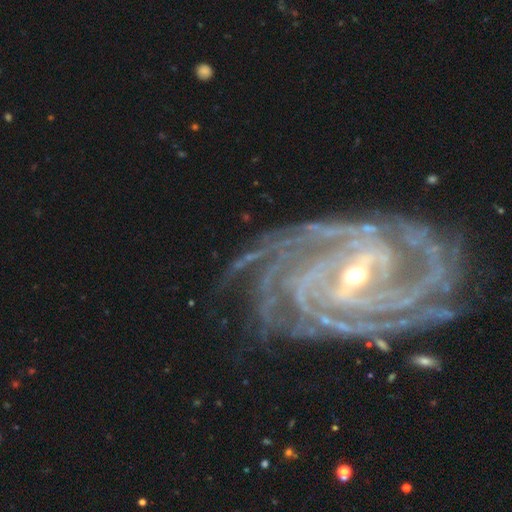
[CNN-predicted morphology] A featured or disk galaxy (93%) with a strong bar (47%), 4 (26%) tight (77%) spiral arms (99%) and a small central bulge (50%).

Vote fractions:
- Smooth or featured? featured or disk: 93% / star or artifact: 5% / smooth: 3%
- Edge-on disk? no: 97% / yes: 3%
- Bar? strong: 47% / weak: 36% / no: 17%
- Spiral arms? yes: 99% / no: 1%
- Spiral winding? tight: 77% / medium: 20% / loose: 3%
- Spiral arm count? 4: 26% / more than 4: 24% / 3: 15% / can't tell: 15% / 2: 12% / 1: 8%
- Bulge size? small: 50% / moderate: 46% / large: 2% / none: 1% / dominant: 1%
- Merging? none: 77% / minor disturbance: 15% / major disturbance: 7% / merger: 2%